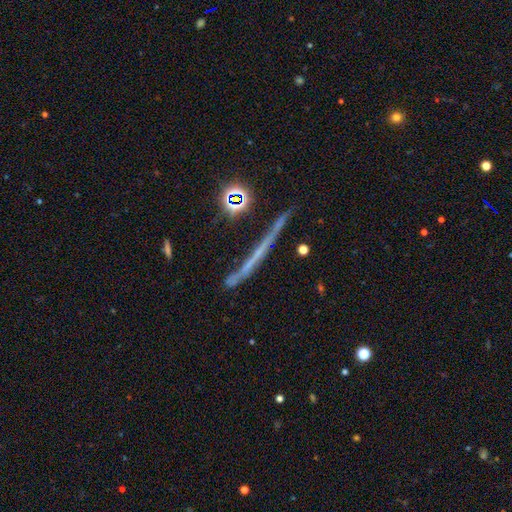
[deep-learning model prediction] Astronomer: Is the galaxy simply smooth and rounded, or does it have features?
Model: featured or disk — 55%.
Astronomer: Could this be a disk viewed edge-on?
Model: yes — 91%.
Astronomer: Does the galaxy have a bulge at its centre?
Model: none — 75%.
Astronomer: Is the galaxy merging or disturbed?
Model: none — 73%.